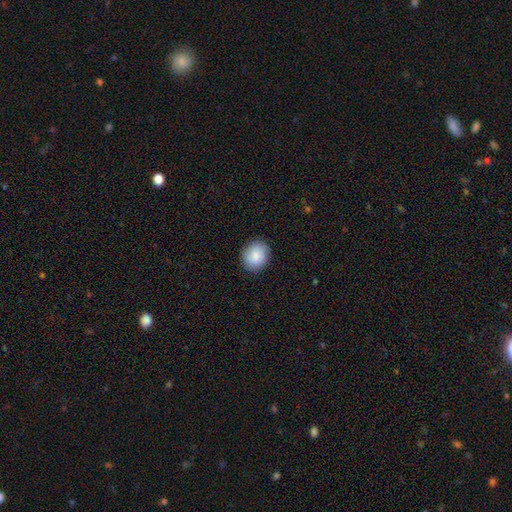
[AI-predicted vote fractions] Smooth or featured? smooth (86%)
How rounded? round (72%)
Merging? none (88%)